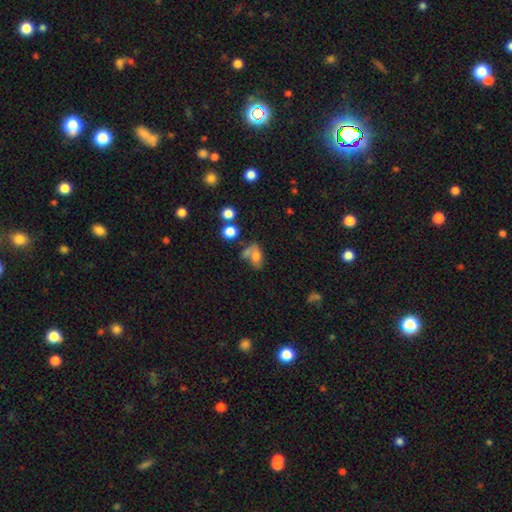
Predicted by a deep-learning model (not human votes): Smooth or featured? smooth (65%)
How rounded? in between (79%)
Merging? none (33%)